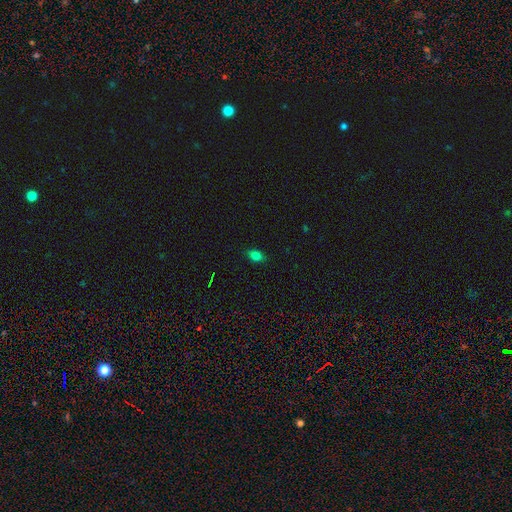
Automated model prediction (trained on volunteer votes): This appears to be a smooth galaxy with no disk features (78%) that is in between round and cigar-shaped (80%). Merging: none (85%).